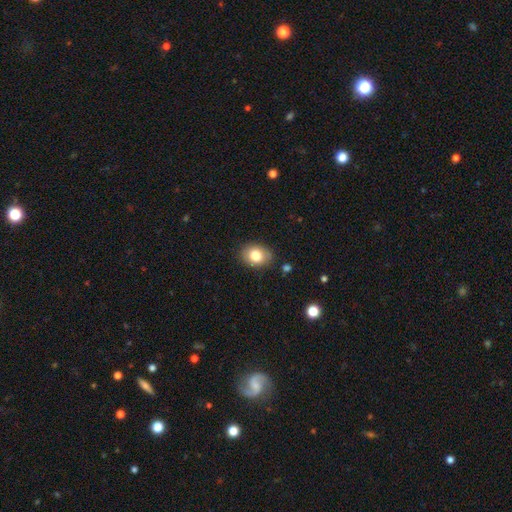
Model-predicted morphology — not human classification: A smooth galaxy with no disk features (80%) that is in between round and cigar-shaped (63%). Merging: none (84%).